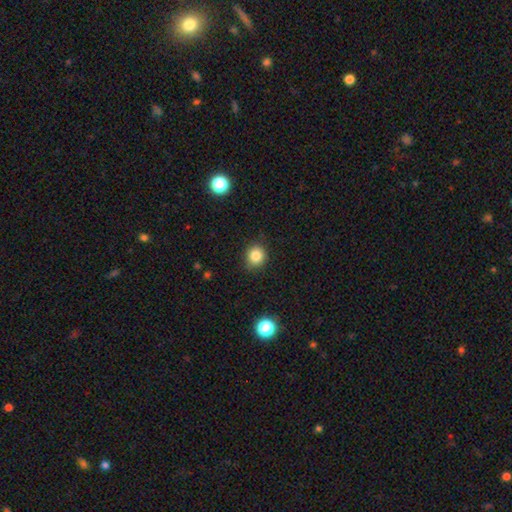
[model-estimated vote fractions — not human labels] A smooth galaxy with no disk features (84%) that is round (84%). Merging: none (86%).